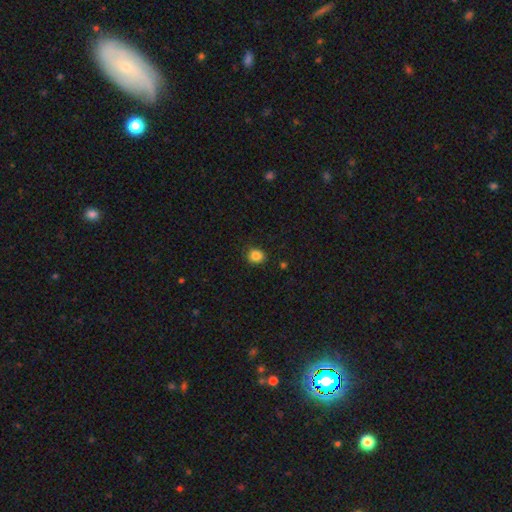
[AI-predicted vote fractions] Smooth or featured? smooth (85%)
How rounded? round (82%)
Merging? none (86%)